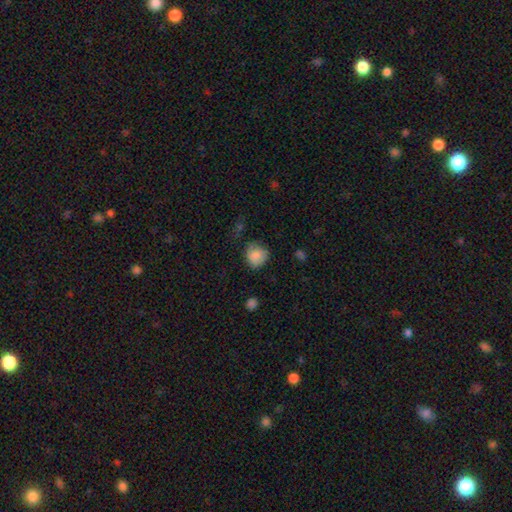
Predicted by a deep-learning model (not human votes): The model was most divided on "merging": none: 63%, minor disturbance: 26%, major disturbance: 9%, merger: 2%. More confident: smooth or featured — smooth (84%); how rounded — round (80%).